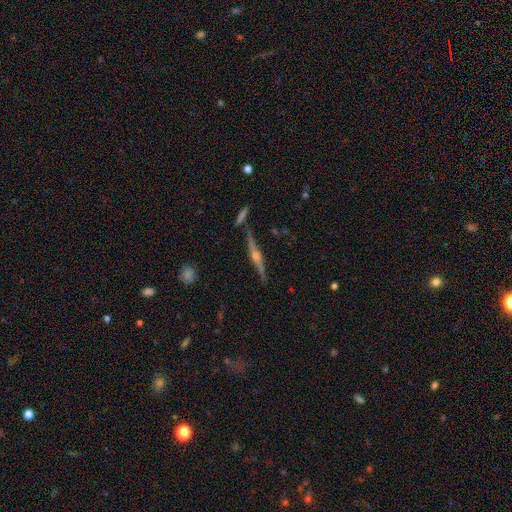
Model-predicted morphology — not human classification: This is clearly a featured or disk galaxy (86%). It is clearly viewed edge-on (97%). Edge-on bulge: clearly rounded (92%). Merging: clearly none (83%).